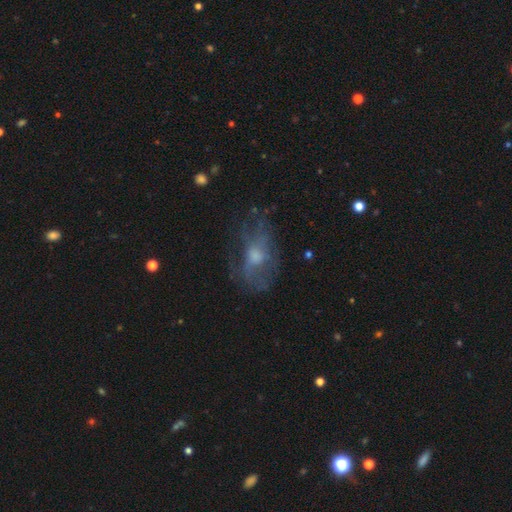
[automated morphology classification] This is possibly a featured or disk galaxy (54%). It is clearly not viewed edge-on (91%). Merging: possibly none (49%).